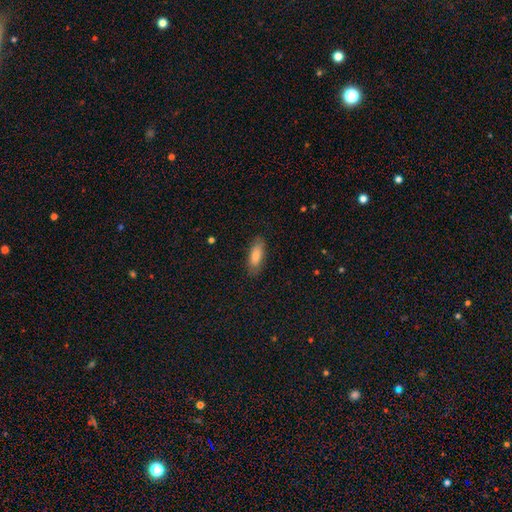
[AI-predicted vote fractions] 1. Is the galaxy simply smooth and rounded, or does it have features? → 79% smooth, 14% featured or disk, 7% star or artifact.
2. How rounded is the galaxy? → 65% in between, 33% cigar-shaped, 2% round.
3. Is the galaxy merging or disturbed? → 84% none, 12% minor disturbance, 3% major disturbance, 1% merger.